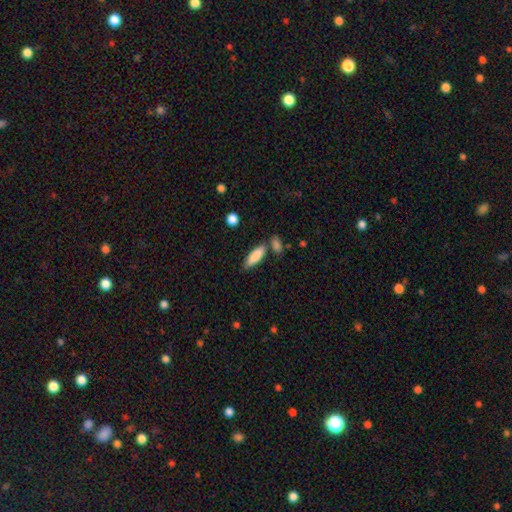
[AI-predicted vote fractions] A smooth galaxy with no disk features (86%) that is in between round and cigar-shaped (60%). Merging: none (68%).